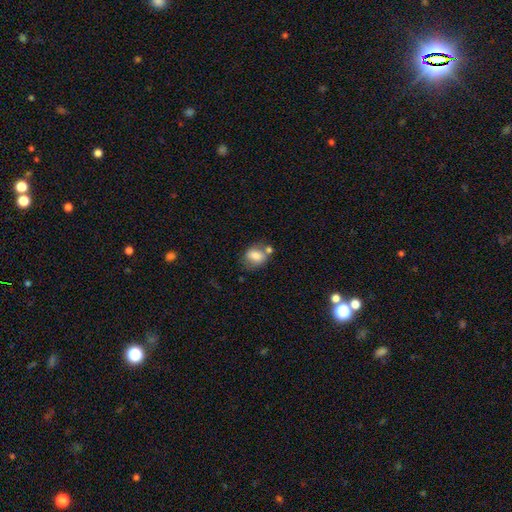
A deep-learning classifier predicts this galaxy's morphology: Smooth or featured: smooth — 77% (featured or disk — 14%)
How rounded: in between — 55% (round — 43%)
Merging: none — 50% (merger — 24%)